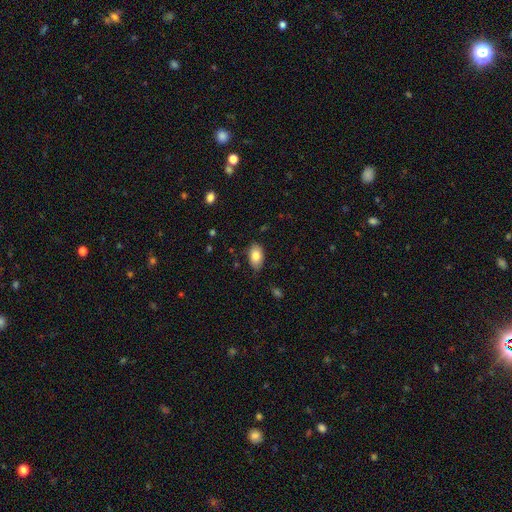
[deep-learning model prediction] smooth 83%, featured or disk 10%, star or artifact 7%. Down the decision tree: how rounded — in between (92%); merging — none (79%).